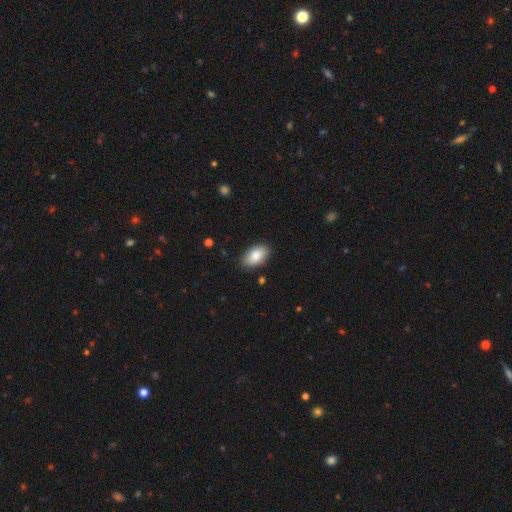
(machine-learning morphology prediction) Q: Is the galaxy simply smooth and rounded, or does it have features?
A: smooth — 83%.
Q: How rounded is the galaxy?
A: in between — 93%.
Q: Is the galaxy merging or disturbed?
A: none — 85%.